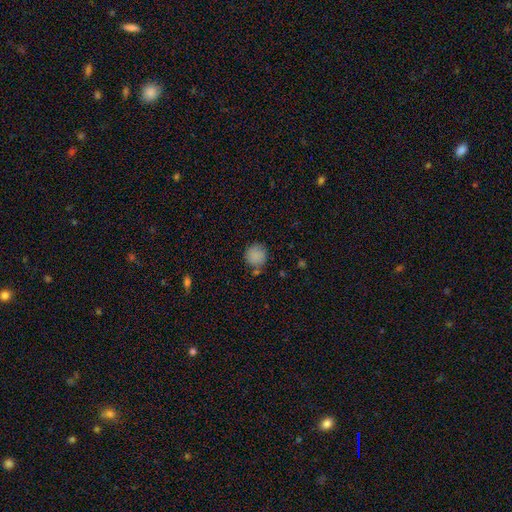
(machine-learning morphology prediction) Overall: smooth (86%). How rounded: round (90%). Merging: none (74%).